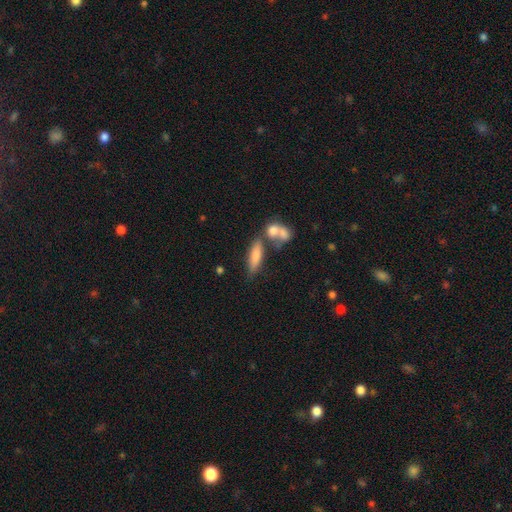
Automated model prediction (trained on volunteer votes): Smooth or featured? Predicted: smooth (p=0.73). How rounded? Predicted: cigar-shaped (p=0.52). Merging? Predicted: none (p=0.51).